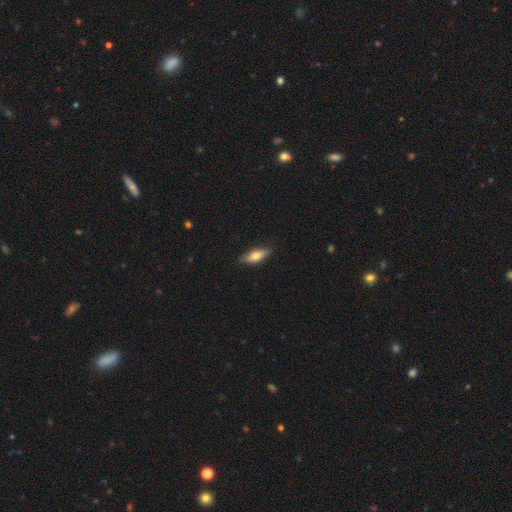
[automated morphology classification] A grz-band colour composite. It shows a smooth galaxy with no disk features (67%) that is in between round and cigar-shaped (62%). Merging: none (85%).